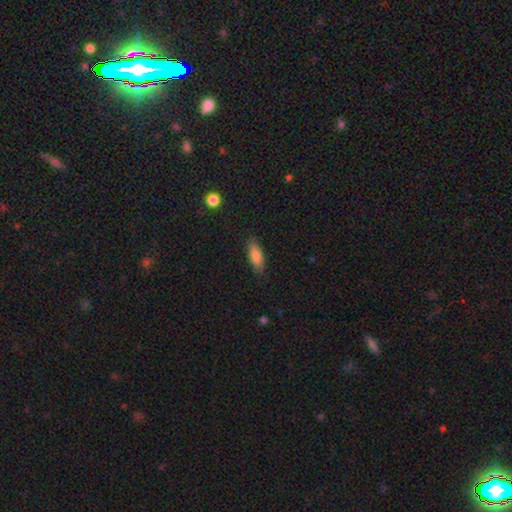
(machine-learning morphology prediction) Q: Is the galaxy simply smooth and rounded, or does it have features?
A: smooth — 83%.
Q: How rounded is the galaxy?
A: in between — 68%.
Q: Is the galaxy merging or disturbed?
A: none — 85%.